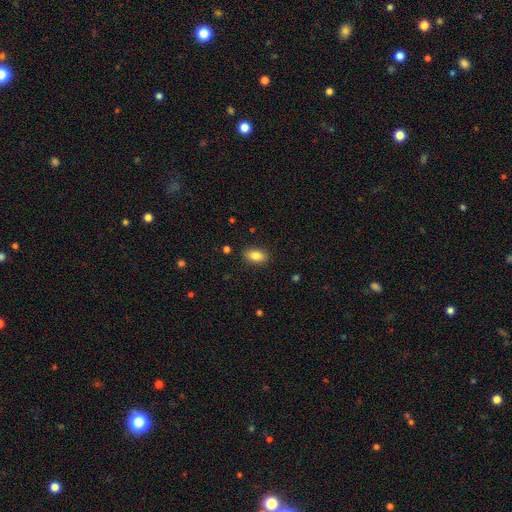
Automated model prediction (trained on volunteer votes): This is clearly a smooth galaxy (85%). How rounded: clearly in between (89%). Merging: clearly none (87%).